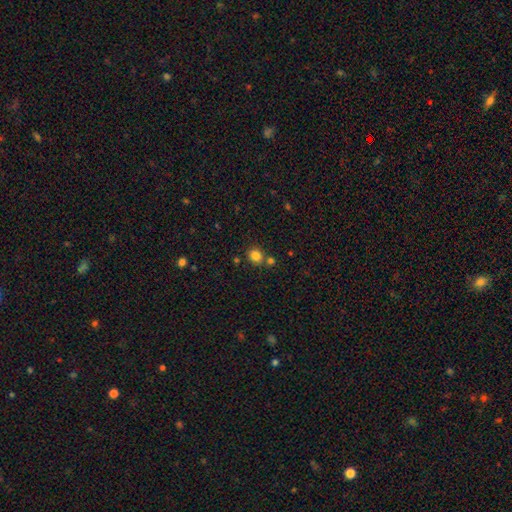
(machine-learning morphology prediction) smooth-or-featured: smooth: 82% | star or artifact: 12% | featured or disk: 6%
  how-rounded: round: 77% | in between: 22% | cigar-shaped: 1%
  merging: none: 73% | merger: 15% | minor disturbance: 9% | major disturbance: 3%